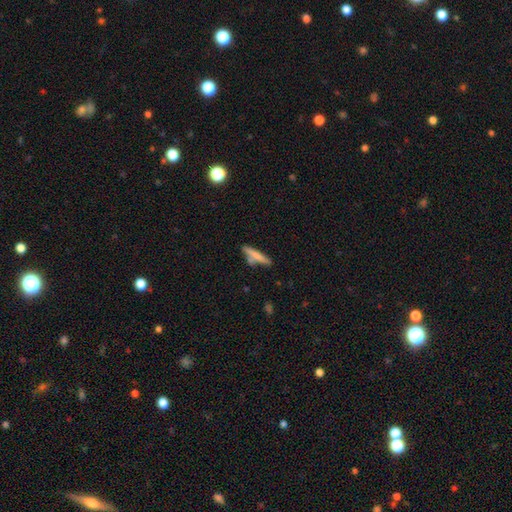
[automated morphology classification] This is likely a smooth galaxy (70%). How rounded: clearly cigar-shaped (90%). Merging: likely none (65%).